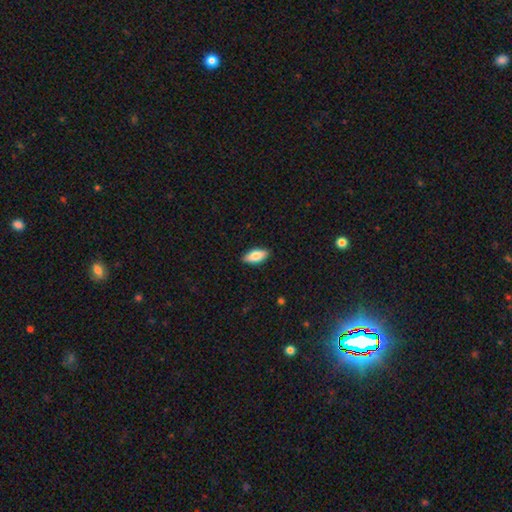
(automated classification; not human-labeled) Overall: smooth (78%). How rounded: in between (85%). Merging: none (88%).